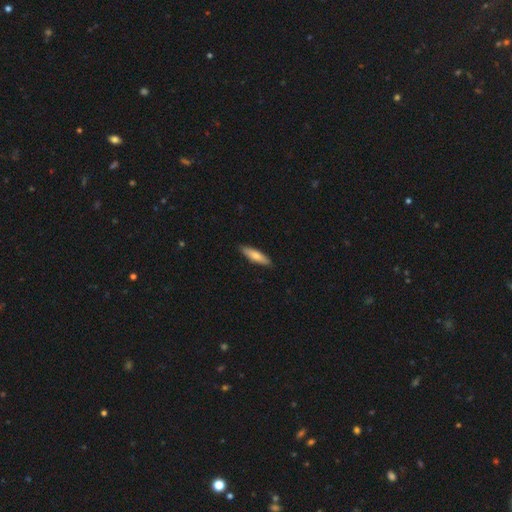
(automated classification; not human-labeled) This is likely a smooth galaxy (72%). How rounded: likely cigar-shaped (70%). Merging: clearly none (88%).